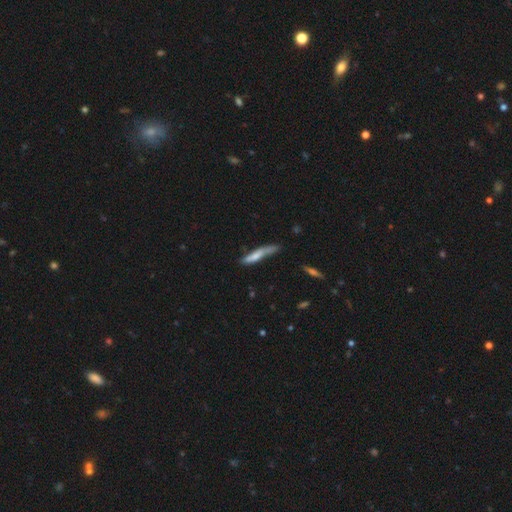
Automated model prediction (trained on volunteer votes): smooth-or-featured: smooth: 63% | featured or disk: 30% | star or artifact: 6%
  how-rounded: cigar-shaped: 88% | in between: 10% | round: 1%
  merging: none: 49% | minor disturbance: 33% | major disturbance: 12% | merger: 6%